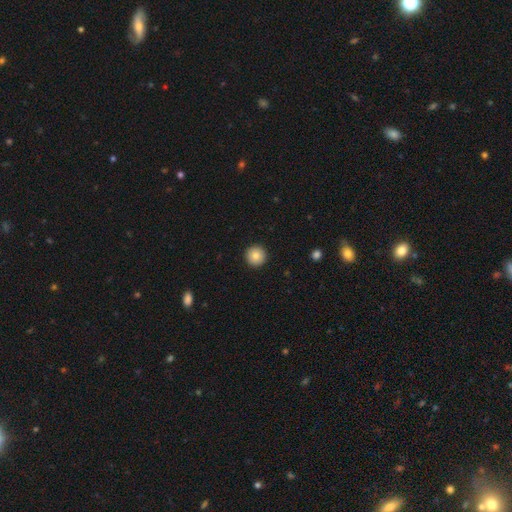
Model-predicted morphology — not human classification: Overall: smooth (84%). How rounded: round (96%). Merging: none (93%).